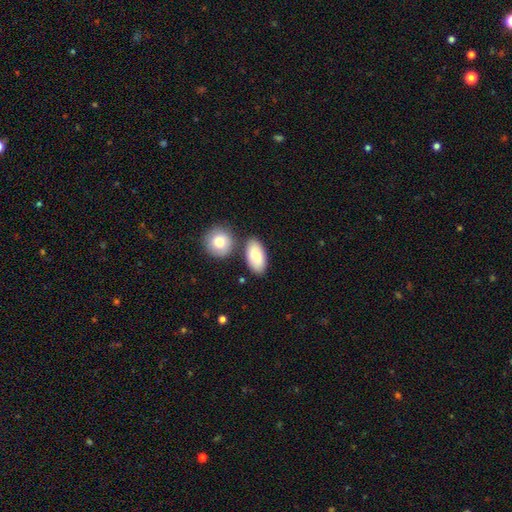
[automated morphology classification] This appears to be a smooth galaxy with no disk features (83%) that is in between round and cigar-shaped (92%). Merging: none (70%).